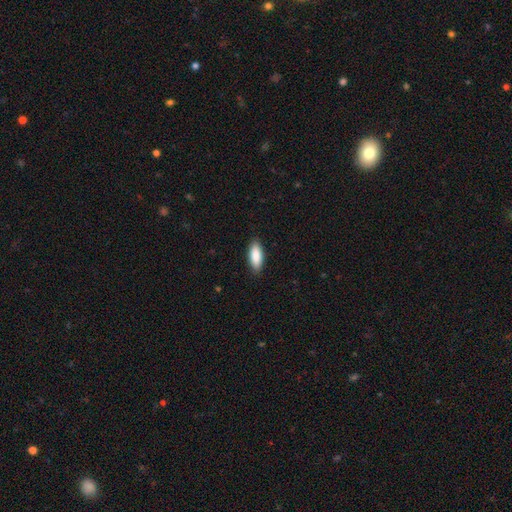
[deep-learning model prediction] smooth-or-featured: smooth: 87% | featured or disk: 7% | star or artifact: 5%
  how-rounded: in between: 74% | cigar-shaped: 24% | round: 2%
  merging: none: 89% | minor disturbance: 9% | major disturbance: 2% | merger: 1%